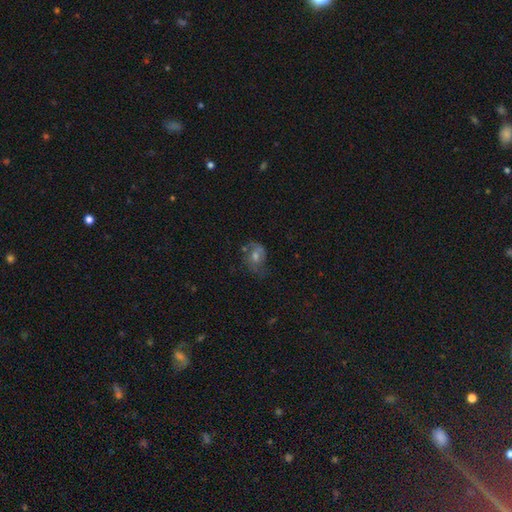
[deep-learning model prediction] Overall: featured or disk (50%; smooth 31%). Edge-on disk: no (96%). Merging: none (56%; minor disturbance 23%).